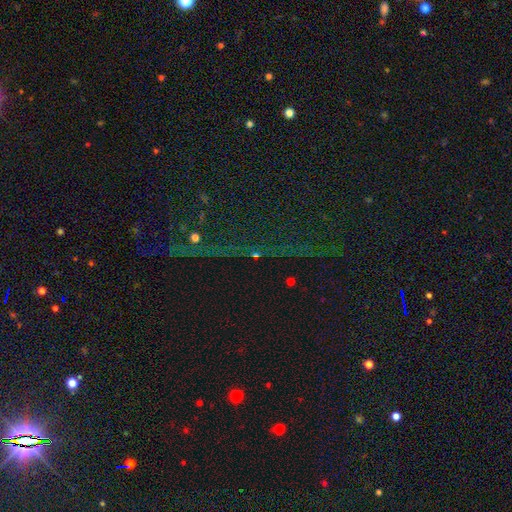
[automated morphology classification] Smooth or featured? Predicted: star or artifact (p=0.82).